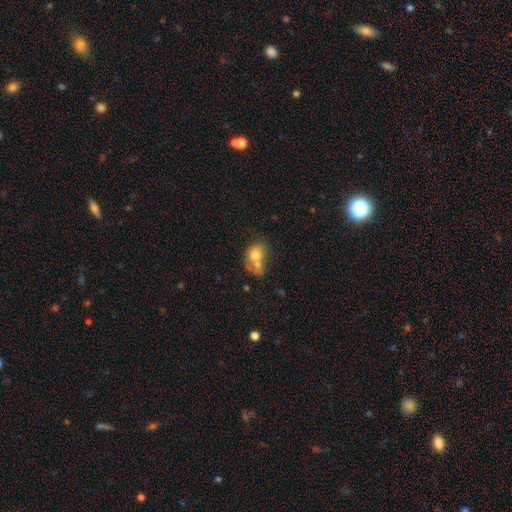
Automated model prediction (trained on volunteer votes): Smooth or featured: smooth — 69% (featured or disk — 22%)
How rounded: in between — 50% (round — 49%)
Merging: merger — 58% (none — 24%)